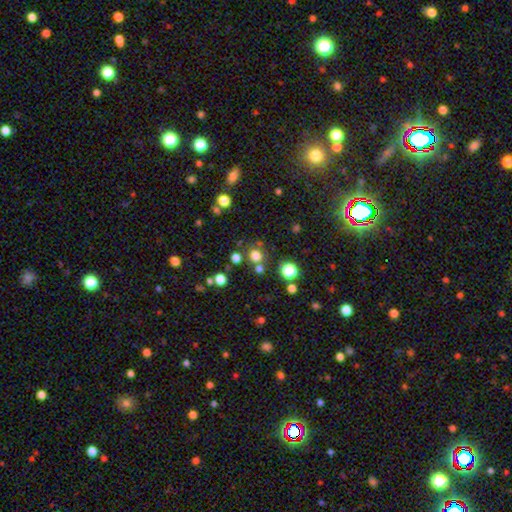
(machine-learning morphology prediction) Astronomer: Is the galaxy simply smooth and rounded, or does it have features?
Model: smooth — 75%.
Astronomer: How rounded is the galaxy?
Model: round — 89%.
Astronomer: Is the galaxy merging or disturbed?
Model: none — 75%.